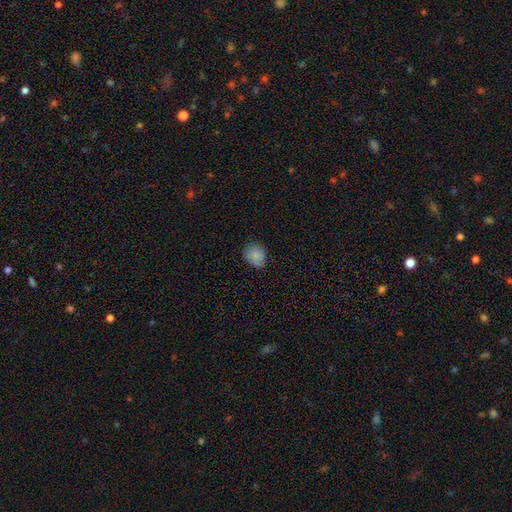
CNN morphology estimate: Q: Smooth or featured?
A: smooth (82%); runner-up: featured or disk (10%)
Q: How rounded?
A: round (52%); runner-up: in between (47%)
Q: Merging?
A: none (75%); runner-up: minor disturbance (20%)